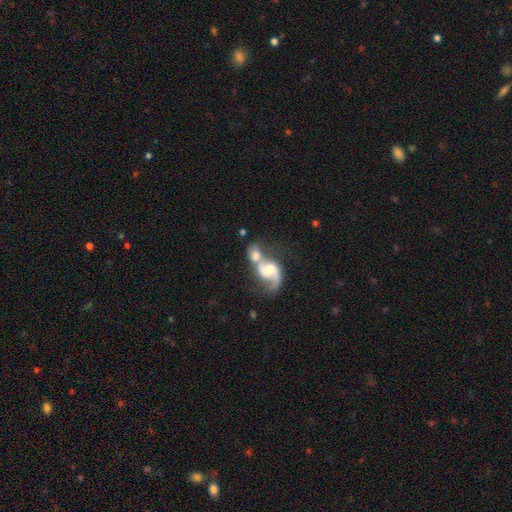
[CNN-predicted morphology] type=featured or disk (63%); edge-on=no (96%); bar=no (50%); spiral arms=yes (86%); winding=loose (57%); arm count=2 (72%); bulge=moderate (37%); merging=merger (68%).